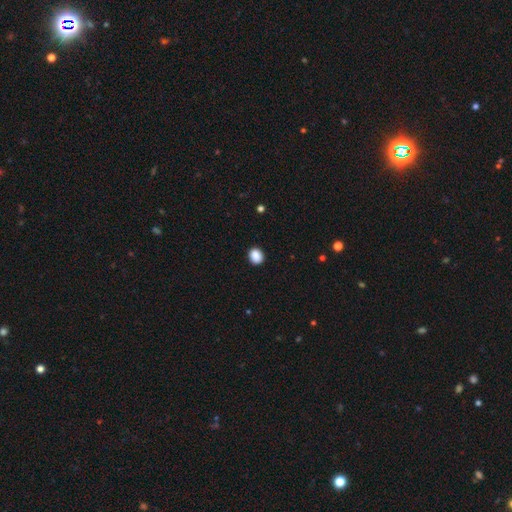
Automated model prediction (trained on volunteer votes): Morphology: type=smooth (89%); roundness=round (60%); merging=none (90%).